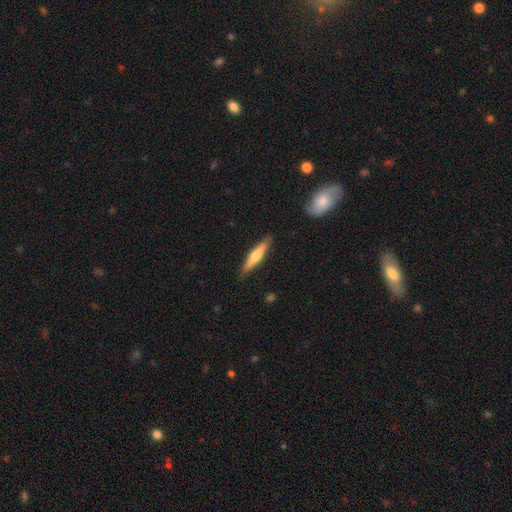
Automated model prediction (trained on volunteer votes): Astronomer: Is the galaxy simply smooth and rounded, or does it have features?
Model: smooth — 50% (runner-up: featured or disk, 45%).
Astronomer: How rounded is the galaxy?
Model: cigar-shaped — 85%.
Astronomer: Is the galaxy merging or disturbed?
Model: none — 88%.